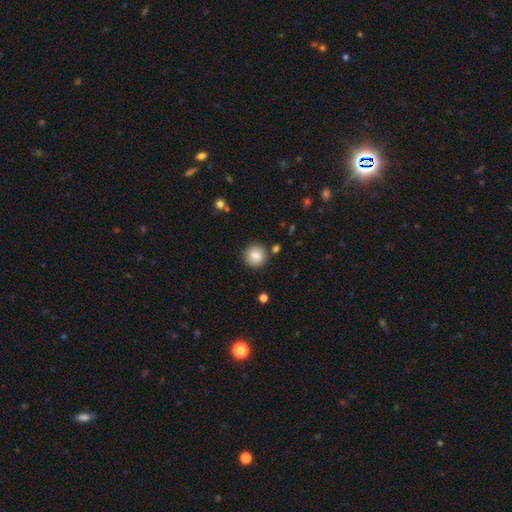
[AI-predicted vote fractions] Smooth or featured? Predicted: smooth (p=0.84). How rounded? Predicted: round (p=0.91). Merging? Predicted: none (p=0.86).